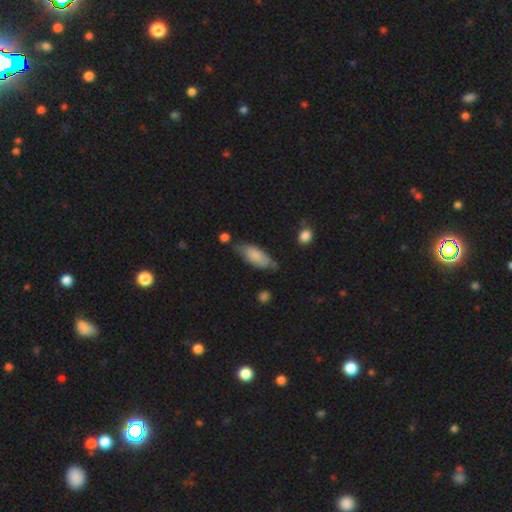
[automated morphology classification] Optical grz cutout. It shows a smooth galaxy with no disk features (80%) that is in between round and cigar-shaped (82%). Merging: none (56%).